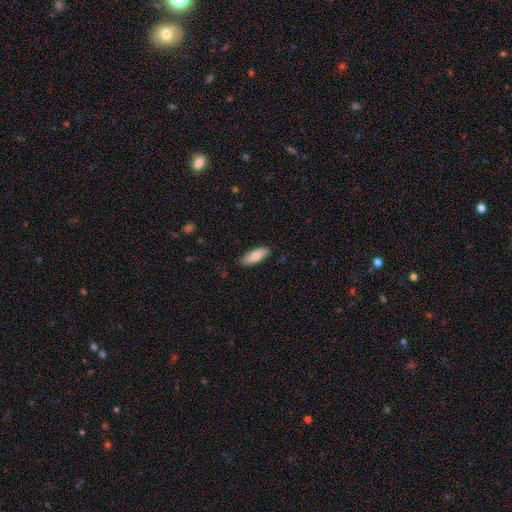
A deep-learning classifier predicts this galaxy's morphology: Smooth or featured: smooth — 82% (featured or disk — 12%)
How rounded: in between — 70% (cigar-shaped — 29%)
Merging: none — 85% (minor disturbance — 11%)